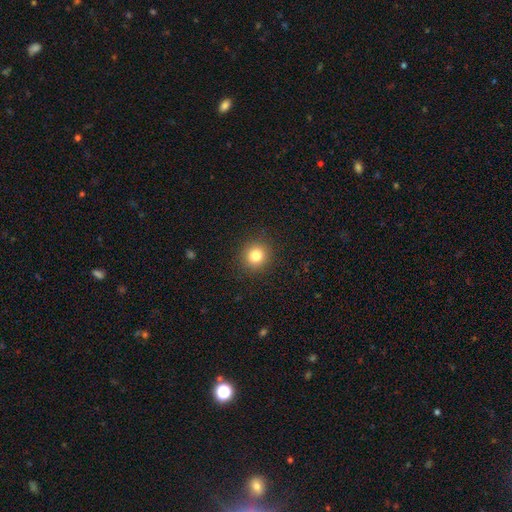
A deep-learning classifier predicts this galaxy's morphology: A smooth galaxy with no disk features (82%) that is round (90%).

Vote fractions:
- Smooth or featured? smooth: 82% / star or artifact: 11% / featured or disk: 6%
- How rounded? round: 90% / in between: 9% / cigar-shaped: 1%
- Merging? none: 91% / minor disturbance: 6% / major disturbance: 2% / merger: 1%